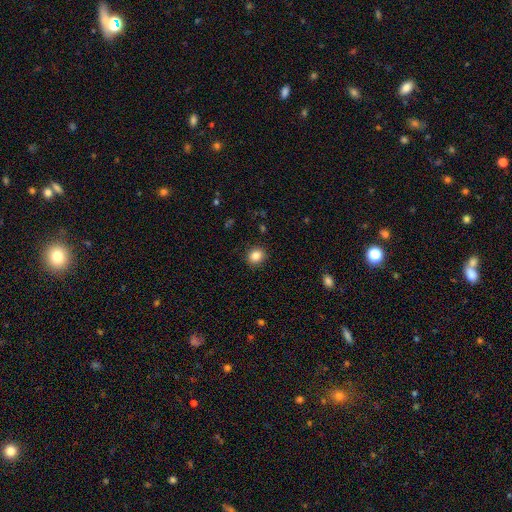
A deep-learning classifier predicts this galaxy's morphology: Smooth or featured?
  - smooth: 86% *
  - star or artifact: 10%
  - featured or disk: 4%
How rounded?
  - round: 78% *
  - in between: 21%
  - cigar-shaped: 1%
Merging?
  - none: 90% *
  - minor disturbance: 7%
  - major disturbance: 2%
  - merger: 1%